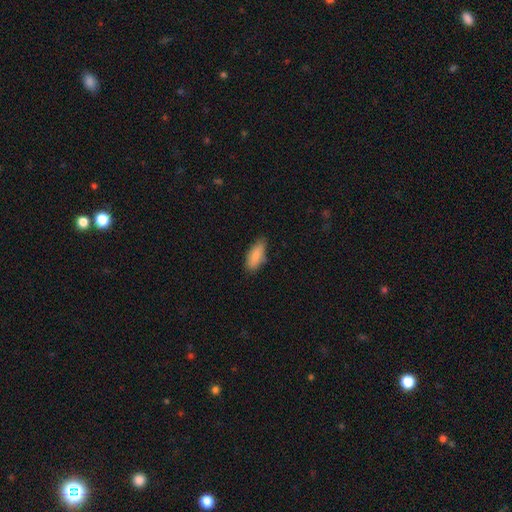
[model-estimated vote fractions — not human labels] Morphology: type=smooth (85%); roundness=in between (78%); merging=none (70%).